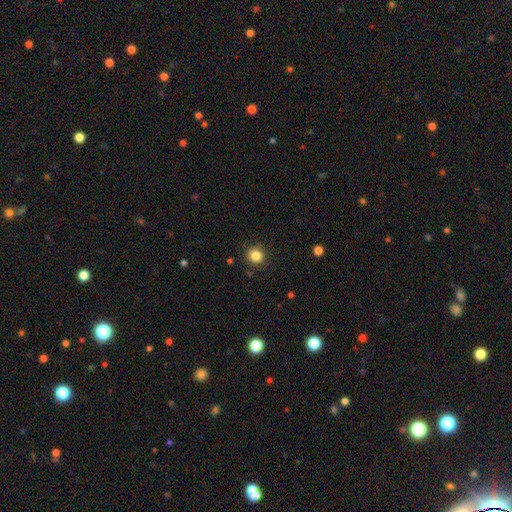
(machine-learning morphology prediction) Q: Smooth or featured?
A: smooth (84%); runner-up: star or artifact (12%)
Q: How rounded?
A: round (93%); runner-up: in between (6%)
Q: Merging?
A: none (89%); runner-up: minor disturbance (7%)